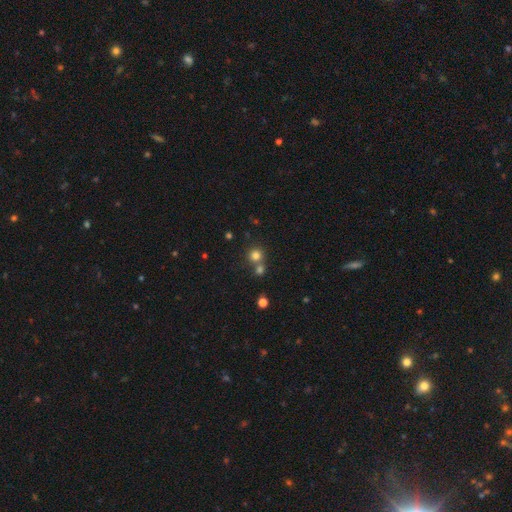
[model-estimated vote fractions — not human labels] Morphology: type=smooth (77%); roundness=round (91%); merging=none (59%).